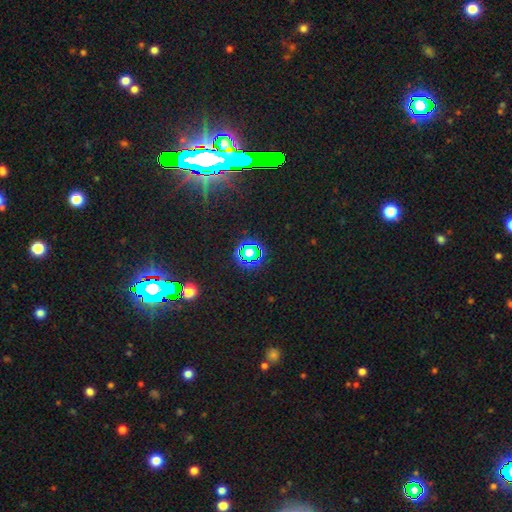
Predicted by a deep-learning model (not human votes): A star or artifact, not a galaxy (77%).

Vote fractions:
- Smooth or featured? star or artifact: 77% / smooth: 13% / featured or disk: 10%